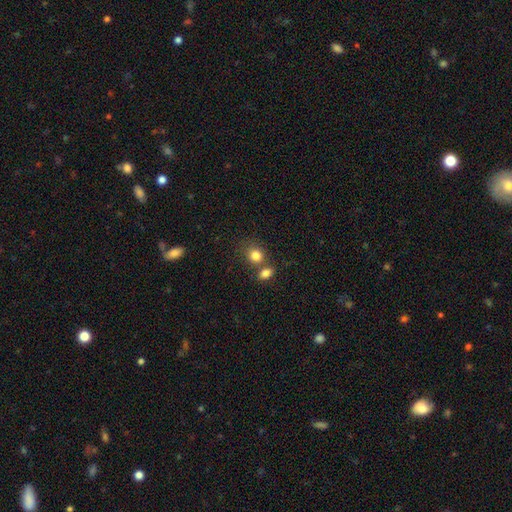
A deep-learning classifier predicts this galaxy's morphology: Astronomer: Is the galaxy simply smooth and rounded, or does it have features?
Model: smooth — 83%.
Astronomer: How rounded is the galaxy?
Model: round — 63%.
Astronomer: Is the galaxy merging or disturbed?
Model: none — 53% (runner-up: merger, 33%).